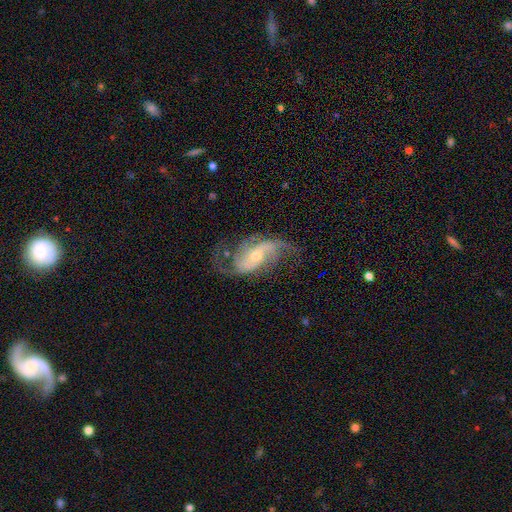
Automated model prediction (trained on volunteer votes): This is clearly a featured or disk galaxy (86%). It is clearly not viewed edge-on (96%). Bar: possibly no (46%). Spiral arm pattern: clearly yes (96%). Spiral arm count: likely 2 (66%). Spiral winding: possibly loose (50%). Central bulge: likely small (62%). Merging: likely none (62%).